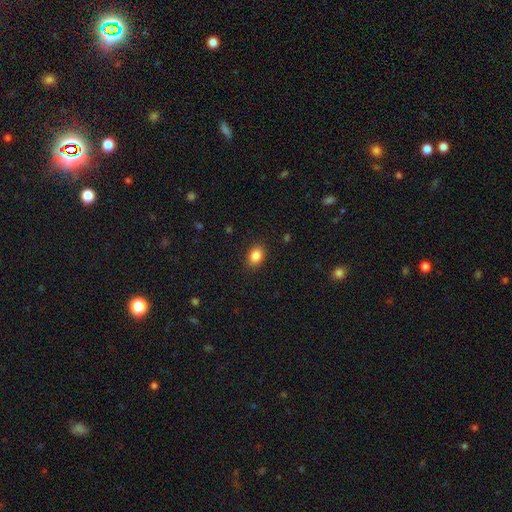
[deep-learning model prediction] Overall: smooth (86%). How rounded: in between (77%). Merging: none (88%).